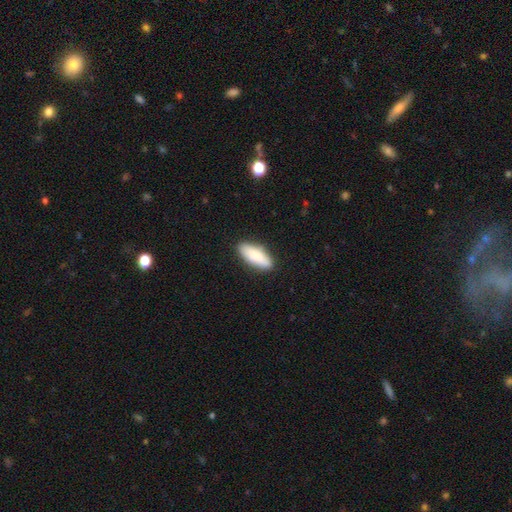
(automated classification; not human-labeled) smooth 87%, featured or disk 7%, star or artifact 5%. Down the decision tree: how rounded — in between (68%); merging — none (87%).